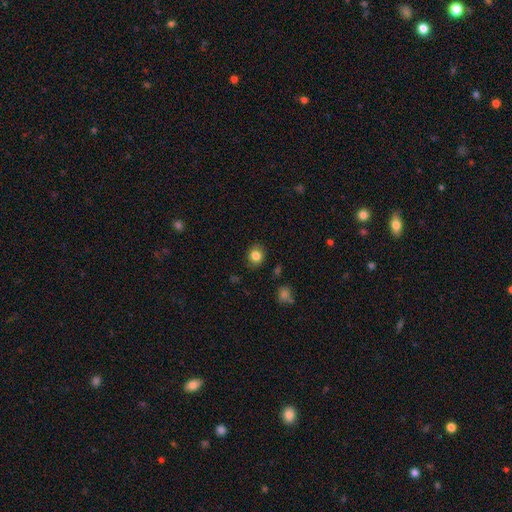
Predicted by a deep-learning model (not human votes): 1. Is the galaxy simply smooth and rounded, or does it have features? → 83% smooth, 11% star or artifact, 7% featured or disk.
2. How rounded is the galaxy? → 76% round, 23% in between, 1% cigar-shaped.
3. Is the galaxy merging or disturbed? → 87% none, 9% minor disturbance, 2% major disturbance, 1% merger.